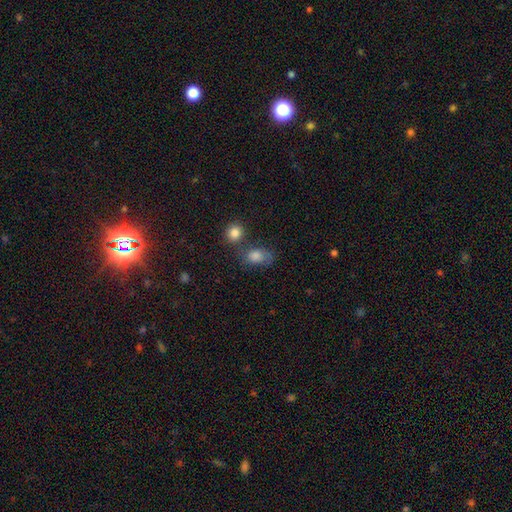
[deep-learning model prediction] Morphology: type=smooth (78%); roundness=in between (72%); merging=none (49%).